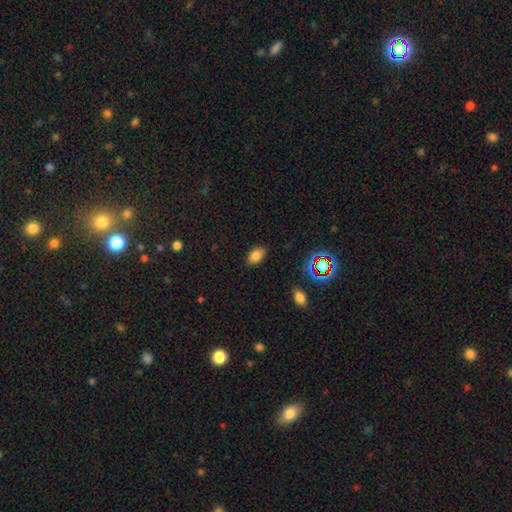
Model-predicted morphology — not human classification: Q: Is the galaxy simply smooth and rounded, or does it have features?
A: smooth — 79%.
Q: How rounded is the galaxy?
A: in between — 89%.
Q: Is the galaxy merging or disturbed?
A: none — 86%.